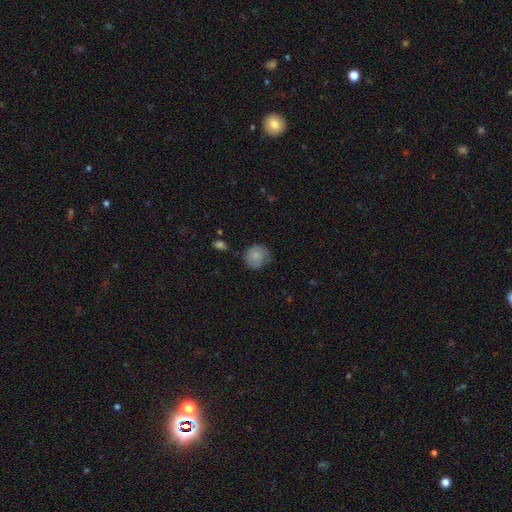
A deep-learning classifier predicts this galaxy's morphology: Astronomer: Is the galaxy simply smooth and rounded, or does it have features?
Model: smooth — 78%.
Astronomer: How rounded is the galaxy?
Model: round — 82%.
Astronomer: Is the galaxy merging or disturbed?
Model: none — 63%.